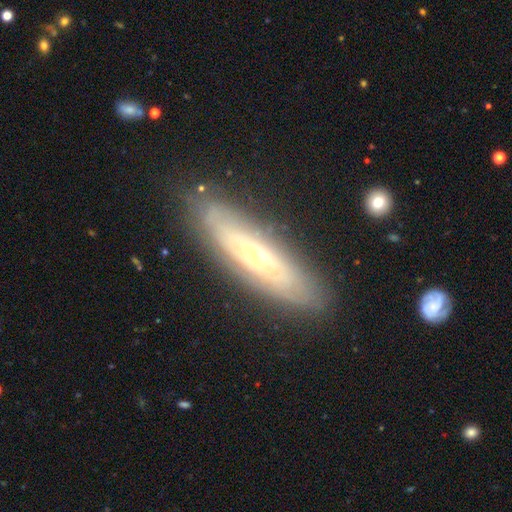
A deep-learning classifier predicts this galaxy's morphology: Smooth or featured? featured or disk (66%)
Edge-on disk? no (56%)
Merging? none (81%)